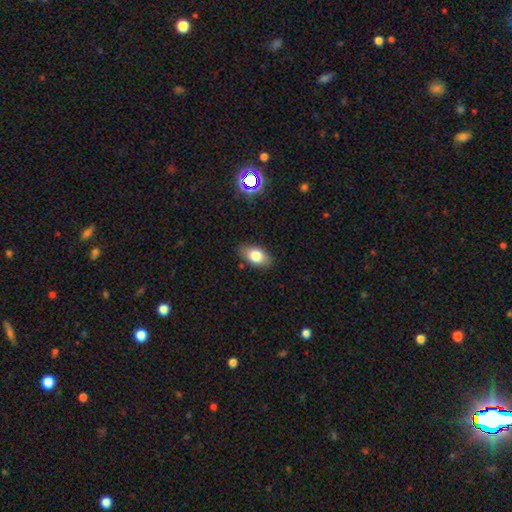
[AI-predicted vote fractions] This is likely a smooth galaxy (78%). How rounded: clearly in between (90%). Merging: clearly none (85%).